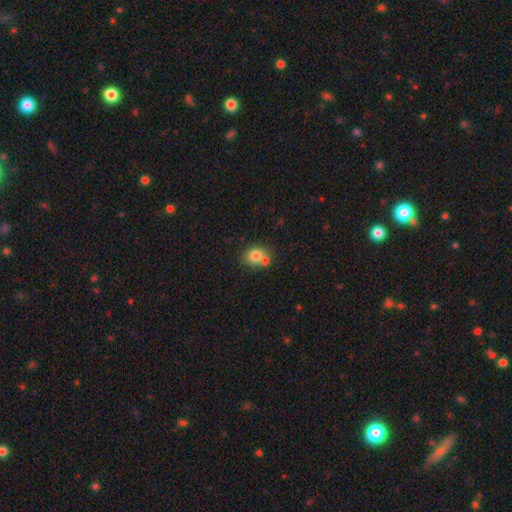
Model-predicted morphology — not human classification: smooth_or_featured: smooth (p=0.78) [alt: featured or disk p=0.12]
how_rounded: round (p=0.59) [alt: in between p=0.40]
merging: none (p=0.51) [alt: merger p=0.34]